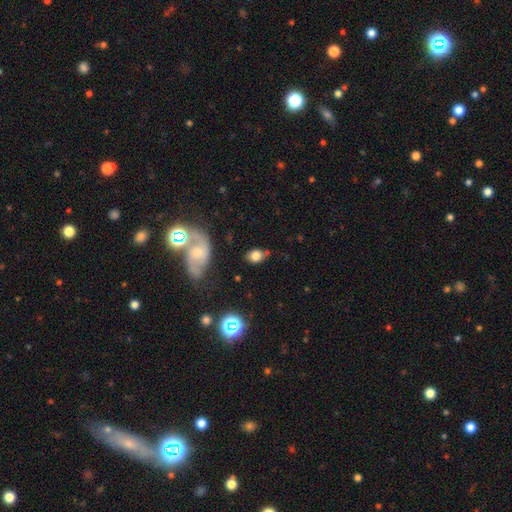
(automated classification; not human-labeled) Smooth or featured? Predicted: smooth (p=0.74). How rounded? Predicted: in between (p=0.64). Merging? Predicted: none (p=0.61).